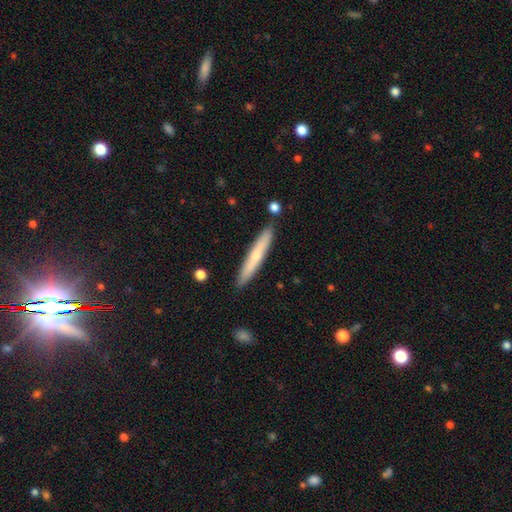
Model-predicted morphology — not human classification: This is possibly a smooth galaxy (57%). How rounded: clearly cigar-shaped (95%). Merging: clearly none (88%).